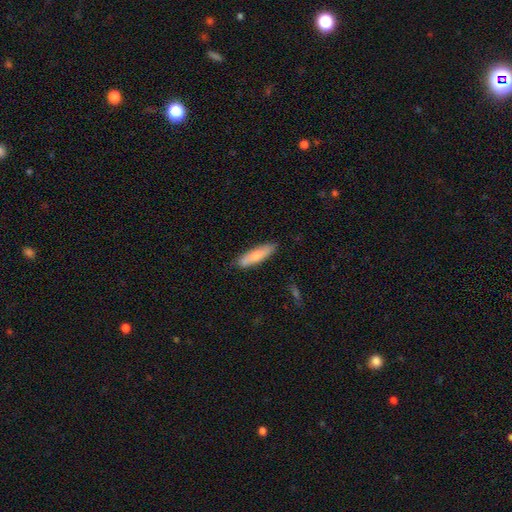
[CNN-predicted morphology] smooth 72%, featured or disk 22%, star or artifact 6%. Down the decision tree: how rounded — cigar-shaped (71%); merging — none (83%).